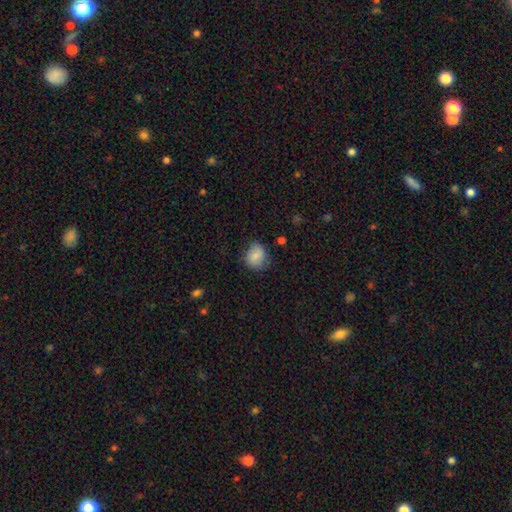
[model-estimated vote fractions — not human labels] A smooth galaxy with no disk features (80%) that is round (66%).

Vote fractions:
- Smooth or featured? smooth: 80% / featured or disk: 11% / star or artifact: 8%
- How rounded? round: 66% / in between: 33% / cigar-shaped: 1%
- Merging? none: 68% / minor disturbance: 24% / major disturbance: 6% / merger: 2%